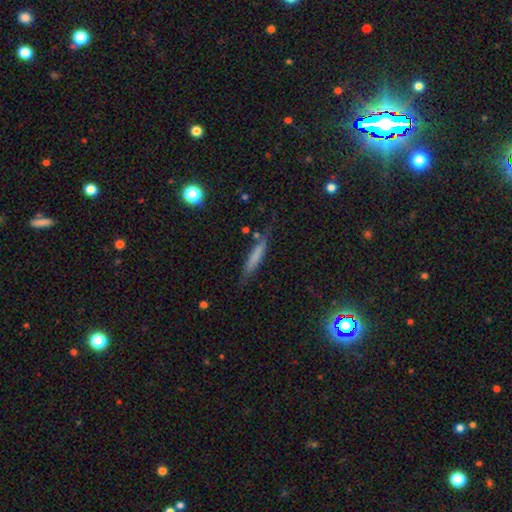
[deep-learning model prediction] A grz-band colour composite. It shows a smooth galaxy with no disk features (66%) that is cigar-shaped (90%). Merging: none (75%).